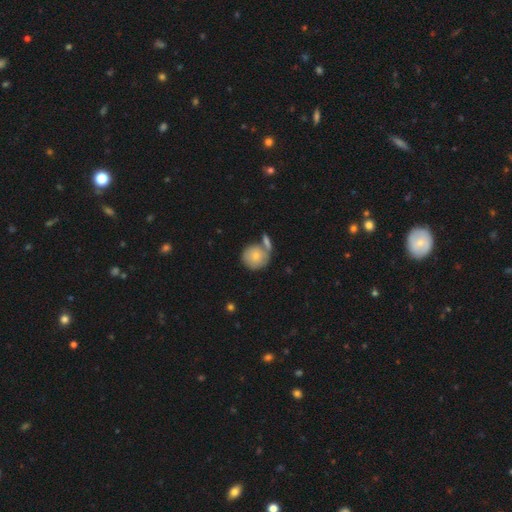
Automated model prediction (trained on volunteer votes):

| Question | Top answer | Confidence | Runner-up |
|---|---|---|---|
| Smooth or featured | smooth | 74% | featured or disk (19%) |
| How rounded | round | 90% | in between (8%) |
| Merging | none | 54% | merger (28%) |